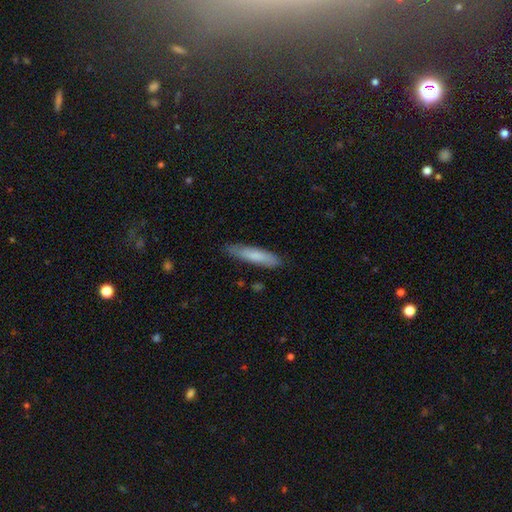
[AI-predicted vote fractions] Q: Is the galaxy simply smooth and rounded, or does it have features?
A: smooth — 77%.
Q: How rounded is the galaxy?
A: cigar-shaped — 84%.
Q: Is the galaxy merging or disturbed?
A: none — 83%.